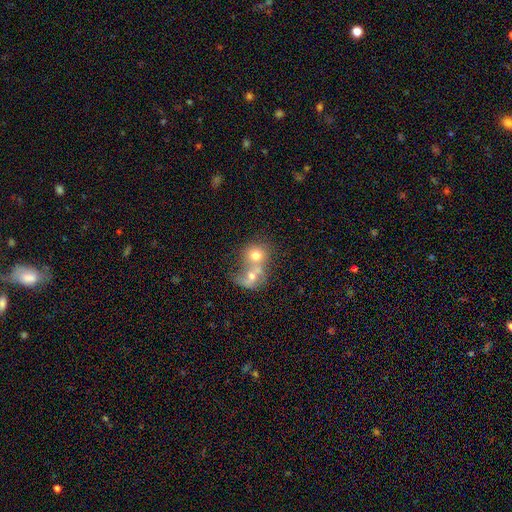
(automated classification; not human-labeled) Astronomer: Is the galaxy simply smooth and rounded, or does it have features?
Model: smooth — 65%.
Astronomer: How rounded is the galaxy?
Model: round — 71%.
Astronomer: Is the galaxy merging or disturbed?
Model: merger — 71%.